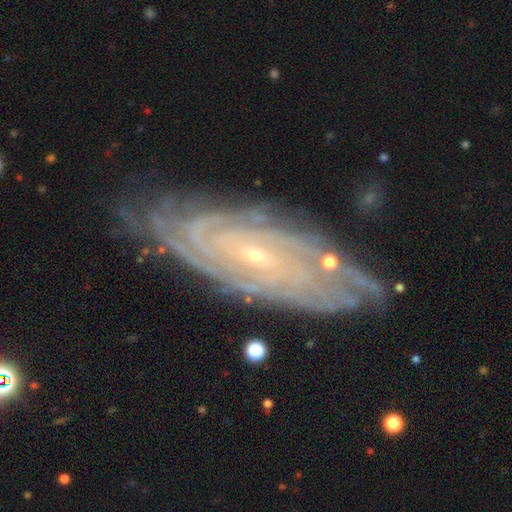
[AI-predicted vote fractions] Smooth or featured? featured or disk (86%)
Edge-on disk? no (89%)
Bar? no (59%)
Spiral arms? yes (96%)
Spiral winding? tight (81%)
Spiral arm count? can't tell (40%)
Bulge size? small (85%)
Merging? none (78%)